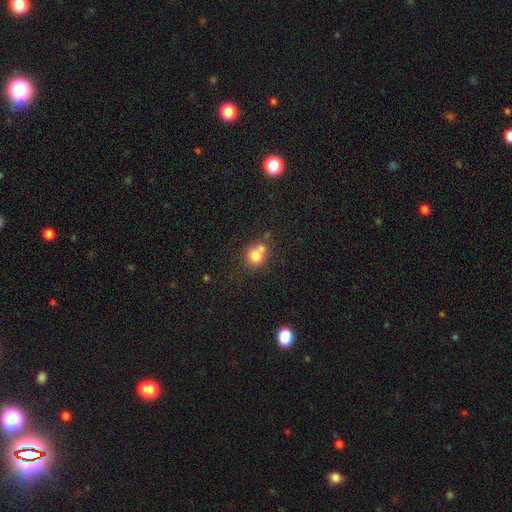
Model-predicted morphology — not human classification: Smooth or featured? smooth (74%)
How rounded? round (80%)
Merging? merger (44%)